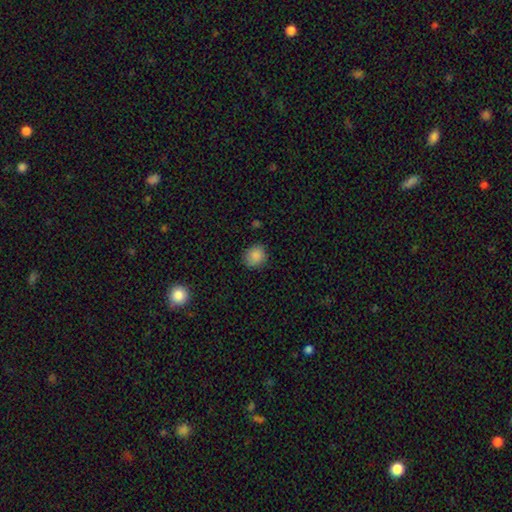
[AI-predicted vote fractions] Smooth or featured?
  - smooth: 87% *
  - star or artifact: 10%
  - featured or disk: 3%
How rounded?
  - round: 72% *
  - in between: 27%
  - cigar-shaped: 1%
Merging?
  - none: 84% *
  - minor disturbance: 12%
  - major disturbance: 3%
  - merger: 1%